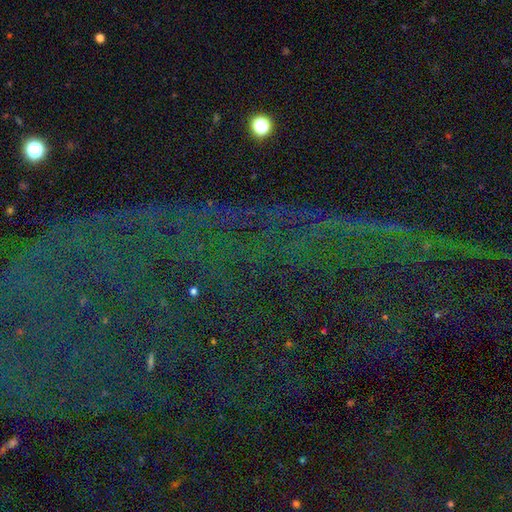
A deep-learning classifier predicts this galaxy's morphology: smooth-or-featured: star or artifact: 86% | featured or disk: 7% | smooth: 7%